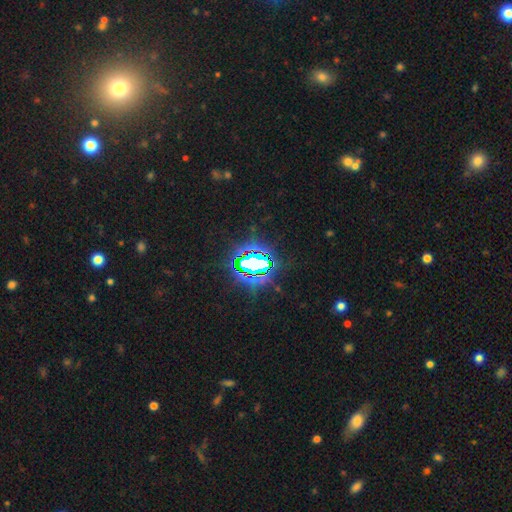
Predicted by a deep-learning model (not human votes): Q: Smooth or featured?
A: star or artifact (81%); runner-up: smooth (12%)